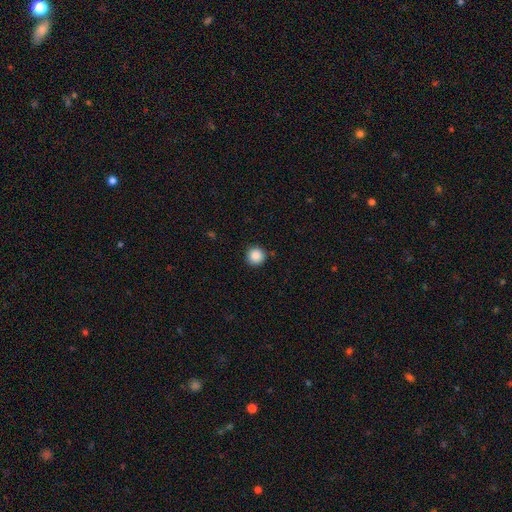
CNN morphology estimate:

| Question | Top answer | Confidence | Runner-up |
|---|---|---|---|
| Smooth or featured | smooth | 88% | star or artifact (9%) |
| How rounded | round | 96% | in between (3%) |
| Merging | none | 90% | minor disturbance (7%) |